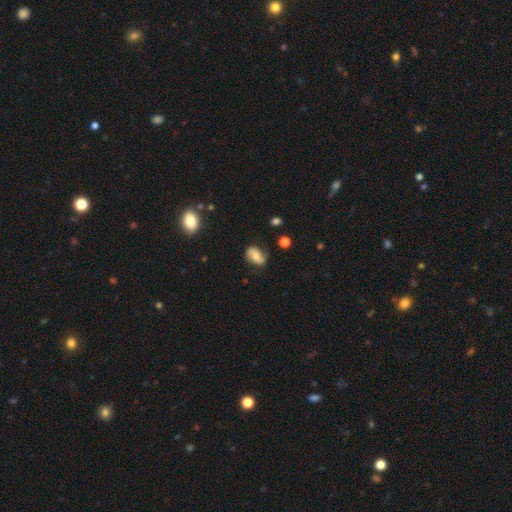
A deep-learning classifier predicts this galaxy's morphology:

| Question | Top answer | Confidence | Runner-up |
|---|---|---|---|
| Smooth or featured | smooth | 48% | featured or disk (42%) |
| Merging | none | 69% | minor disturbance (23%) |